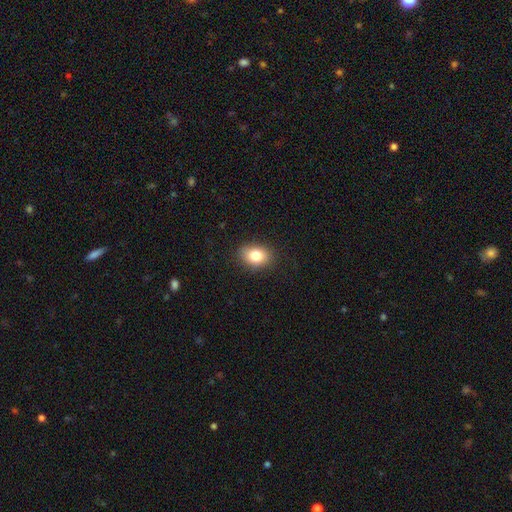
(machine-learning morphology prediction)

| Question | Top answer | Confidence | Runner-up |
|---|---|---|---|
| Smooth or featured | smooth | 81% | star or artifact (10%) |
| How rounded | in between | 69% | round (30%) |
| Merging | none | 86% | minor disturbance (10%) |